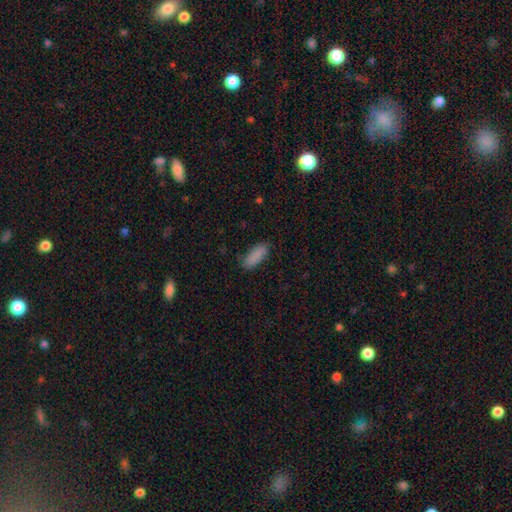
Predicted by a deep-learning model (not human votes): Smooth or featured: smooth — 88% (star or artifact — 7%)
How rounded: in between — 73% (cigar-shaped — 25%)
Merging: none — 81% (minor disturbance — 15%)